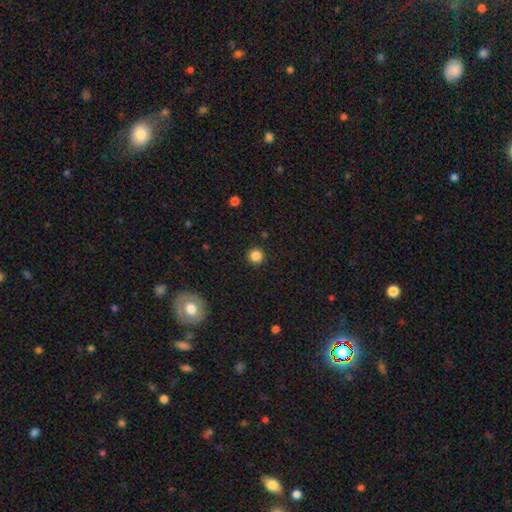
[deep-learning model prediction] Smooth or featured?
  - smooth: 85% *
  - star or artifact: 11%
  - featured or disk: 4%
How rounded?
  - round: 95% *
  - in between: 4%
  - cigar-shaped: 1%
Merging?
  - none: 92% *
  - minor disturbance: 5%
  - major disturbance: 2%
  - merger: 1%